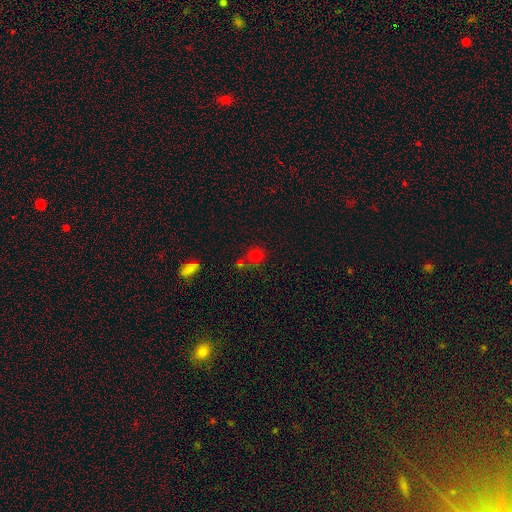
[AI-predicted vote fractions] Q: Smooth or featured?
A: smooth (69%); runner-up: star or artifact (20%)
Q: How rounded?
A: round (80%); runner-up: in between (19%)
Q: Merging?
A: none (50%); runner-up: merger (33%)